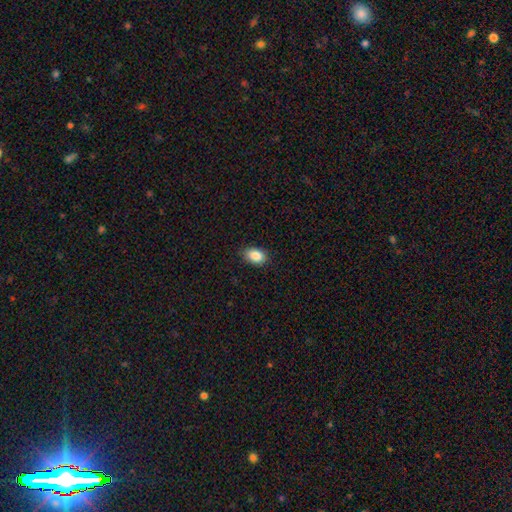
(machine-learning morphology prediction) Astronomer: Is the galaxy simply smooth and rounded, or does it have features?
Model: smooth — 87%.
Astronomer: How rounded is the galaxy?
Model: in between — 86%.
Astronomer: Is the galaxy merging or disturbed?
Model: none — 86%.